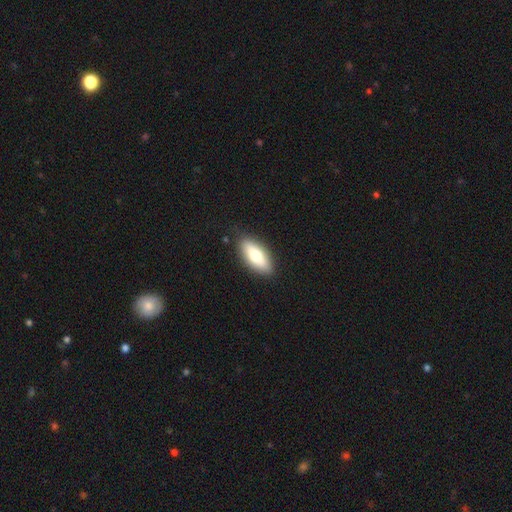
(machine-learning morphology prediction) This appears to be a smooth galaxy with no disk features (71%) that is in between round and cigar-shaped (79%). Merging: none (86%).